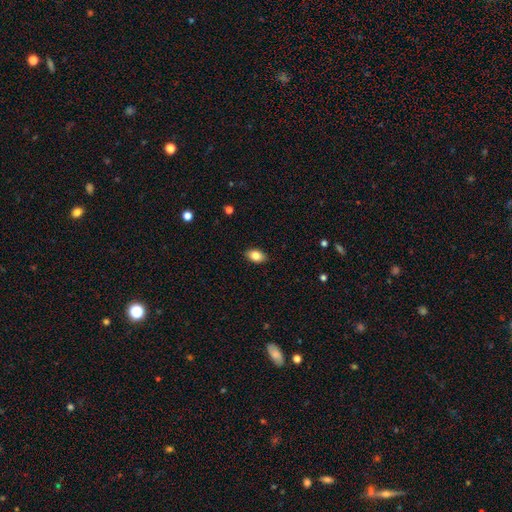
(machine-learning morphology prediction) smooth 84%, featured or disk 9%, star or artifact 8%. Down the decision tree: how rounded — in between (89%); merging — none (88%).